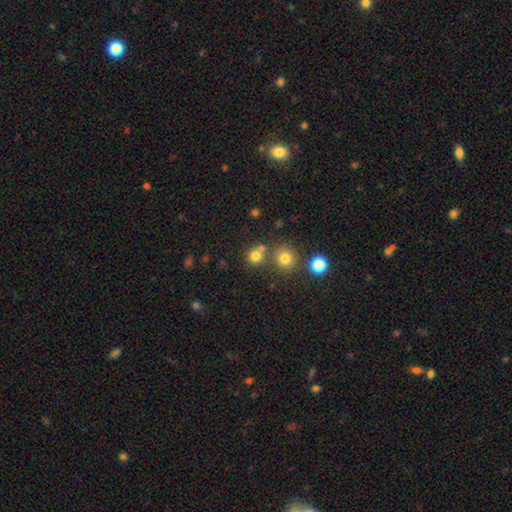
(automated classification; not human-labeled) Overall: smooth (77%). How rounded: round (88%). Merging: none (63%; merger 24%).